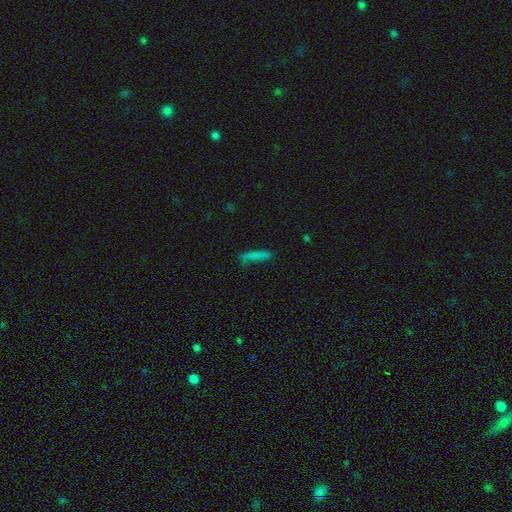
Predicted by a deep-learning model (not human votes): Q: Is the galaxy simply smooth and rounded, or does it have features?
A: smooth — 80%.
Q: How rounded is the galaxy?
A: cigar-shaped — 82%.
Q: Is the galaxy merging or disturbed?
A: none — 70%.